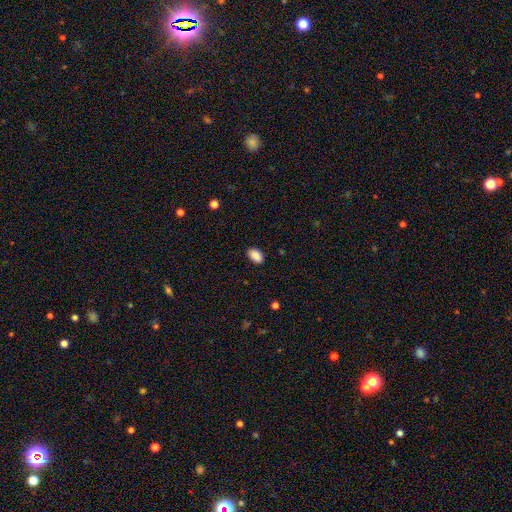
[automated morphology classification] smooth 89%, star or artifact 8%, featured or disk 3%. Down the decision tree: how rounded — in between (92%); merging — none (87%).